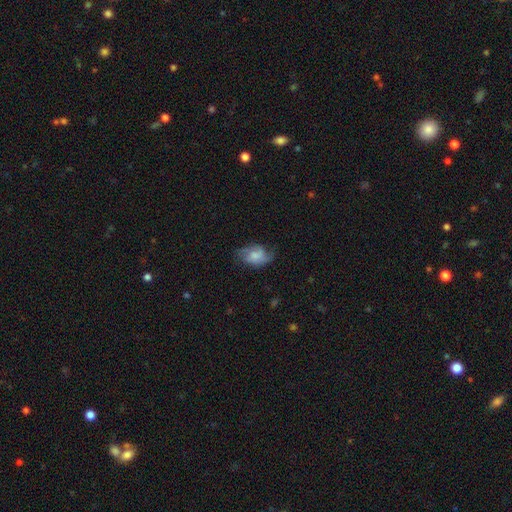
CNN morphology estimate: type=smooth (49%); merging=none (55%).